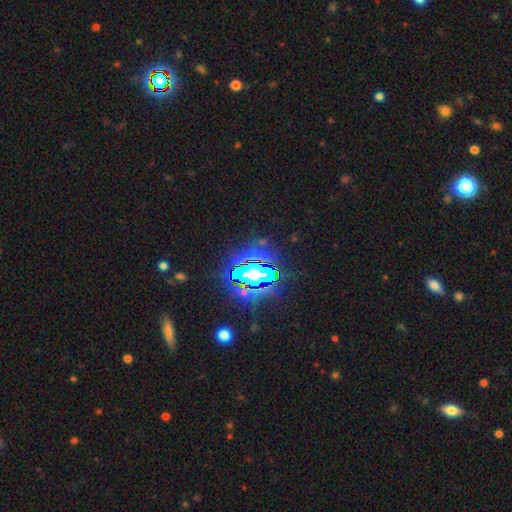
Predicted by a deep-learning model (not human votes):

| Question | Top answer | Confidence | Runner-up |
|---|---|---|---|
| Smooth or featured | star or artifact | 81% | smooth (11%) |